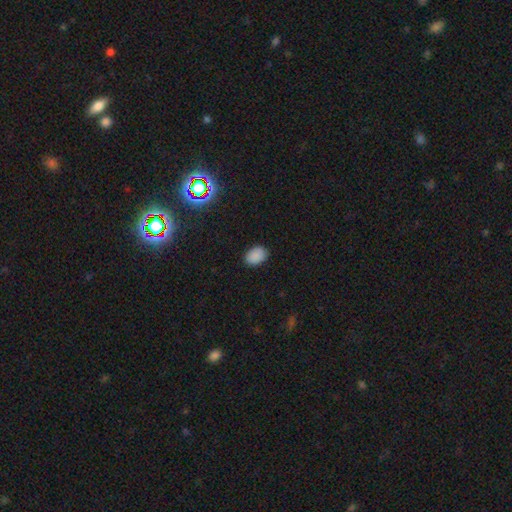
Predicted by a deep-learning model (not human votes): smooth_or_featured: smooth (p=0.86) [alt: star or artifact p=0.11]
how_rounded: in between (p=0.80) [alt: round p=0.19]
merging: none (p=0.88) [alt: minor disturbance p=0.09]